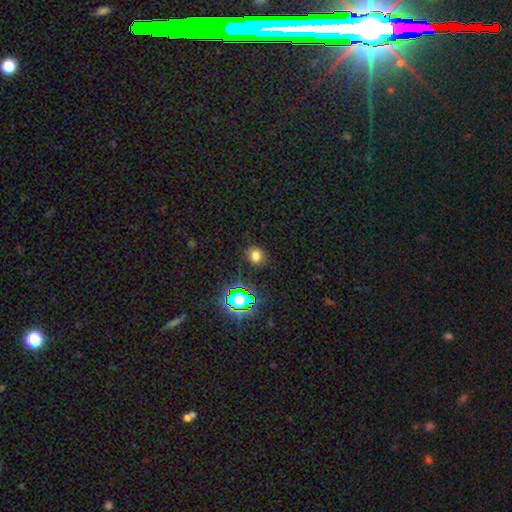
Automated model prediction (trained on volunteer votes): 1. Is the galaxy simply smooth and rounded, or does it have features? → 71% smooth, 22% star or artifact, 7% featured or disk.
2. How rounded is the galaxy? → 67% round, 32% in between, 1% cigar-shaped.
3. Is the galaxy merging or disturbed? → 83% none, 11% minor disturbance, 4% major disturbance, 2% merger.